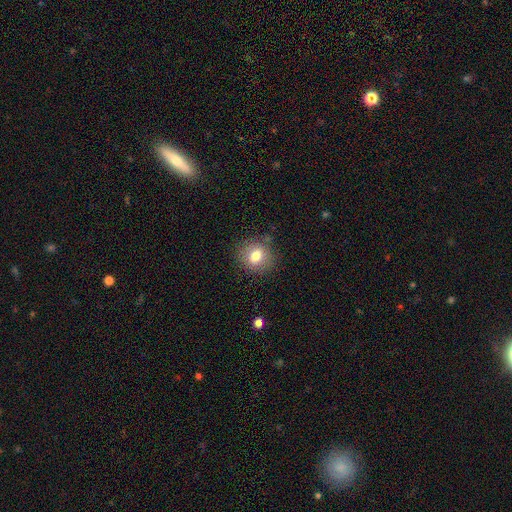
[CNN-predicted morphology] Smooth or featured? Predicted: smooth (p=0.78). How rounded? Predicted: round (p=0.74). Merging? Predicted: none (p=0.82).